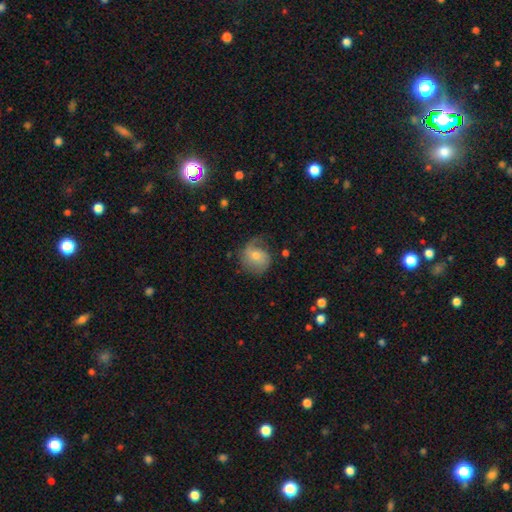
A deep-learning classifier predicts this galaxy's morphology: Smooth or featured? Predicted: featured or disk (p=0.54). Edge-on disk? Predicted: no (p=0.97). Bar? Predicted: no (p=0.60). Spiral arms? Predicted: yes (p=0.86). Bulge size? Predicted: small (p=0.47). Merging? Predicted: none (p=0.57).